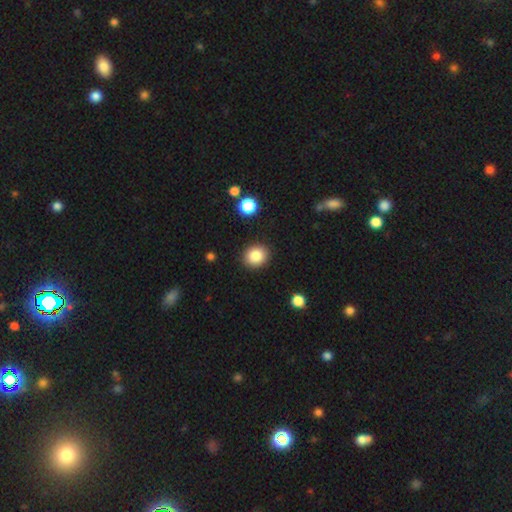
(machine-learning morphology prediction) Q: Smooth or featured?
A: smooth (85%); runner-up: star or artifact (10%)
Q: How rounded?
A: round (75%); runner-up: in between (24%)
Q: Merging?
A: none (89%); runner-up: minor disturbance (7%)